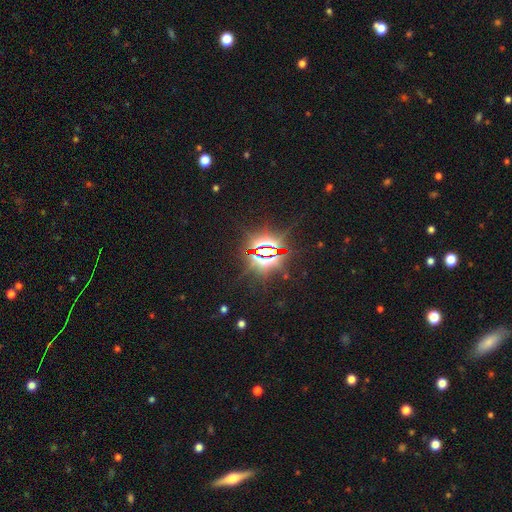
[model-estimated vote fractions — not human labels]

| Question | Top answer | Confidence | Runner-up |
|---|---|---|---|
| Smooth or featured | star or artifact | 84% | smooth (8%) |